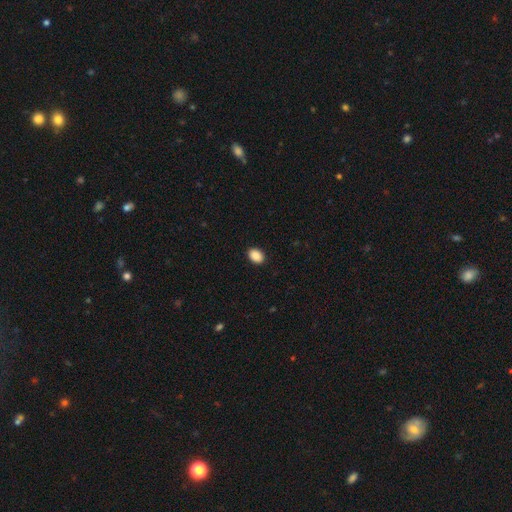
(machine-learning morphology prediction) Smooth or featured? smooth (90%)
How rounded? in between (73%)
Merging? none (91%)